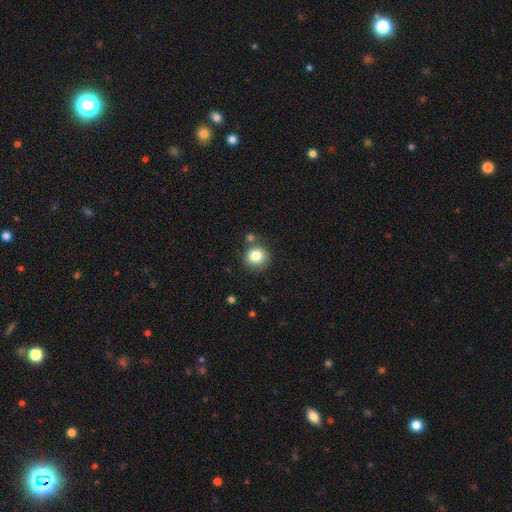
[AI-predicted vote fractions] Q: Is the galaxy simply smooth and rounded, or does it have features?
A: smooth — 83%.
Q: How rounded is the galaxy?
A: round — 90%.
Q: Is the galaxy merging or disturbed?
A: none — 74%.